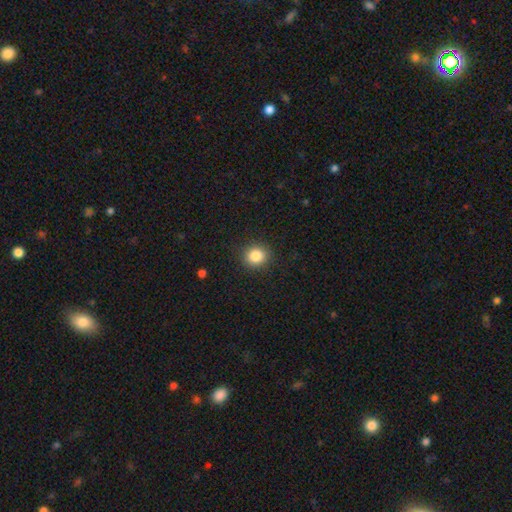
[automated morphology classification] smooth 84%, star or artifact 10%, featured or disk 6%. Down the decision tree: how rounded — round (81%); merging — none (90%).